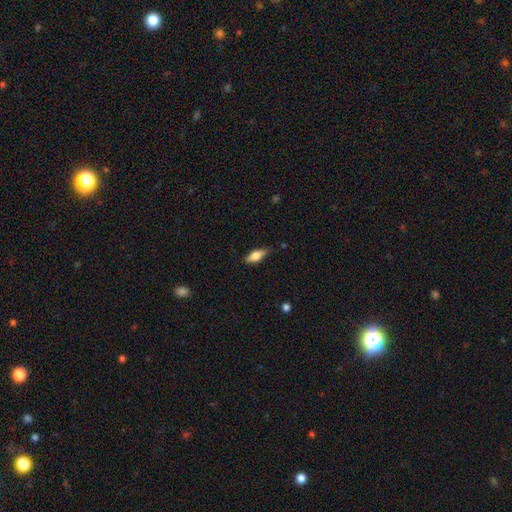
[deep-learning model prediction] Smooth or featured? smooth (70%)
How rounded? in between (73%)
Merging? none (71%)